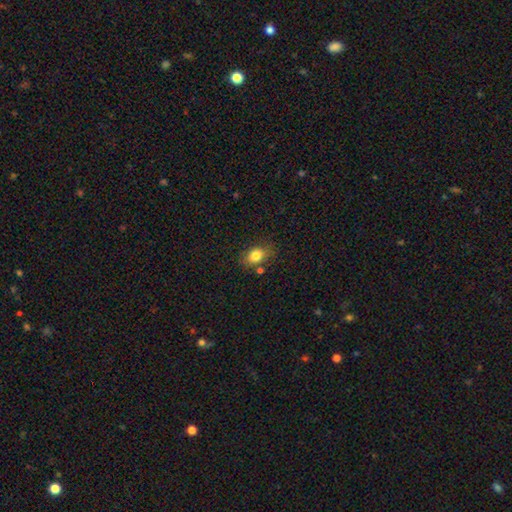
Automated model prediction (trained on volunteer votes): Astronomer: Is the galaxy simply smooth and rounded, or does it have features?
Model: smooth — 81%.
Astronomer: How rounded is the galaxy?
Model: in between — 68%.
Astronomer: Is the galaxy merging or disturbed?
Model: none — 70%.